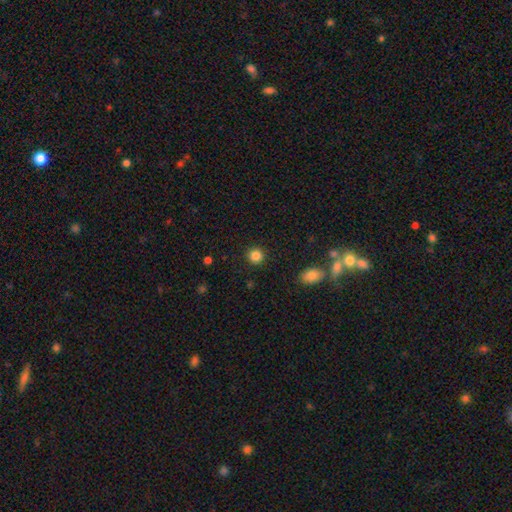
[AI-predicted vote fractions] The model was most divided on "smooth or featured": smooth: 85%, star or artifact: 11%, featured or disk: 4%. More confident: how rounded — round (93%); merging — none (91%).